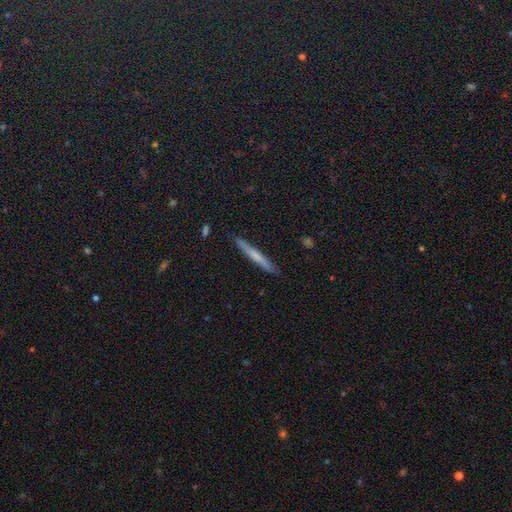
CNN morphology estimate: Overall: smooth (51%; featured or disk 42%). How rounded: cigar-shaped (96%). Merging: none (90%).